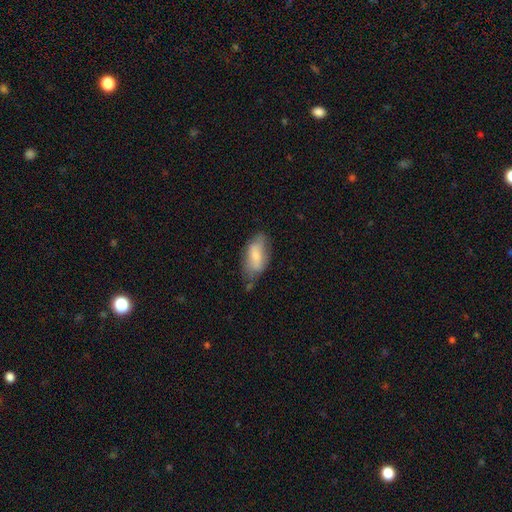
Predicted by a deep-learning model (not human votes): Morphology: type=smooth (67%); roundness=in between (88%); merging=none (52%).